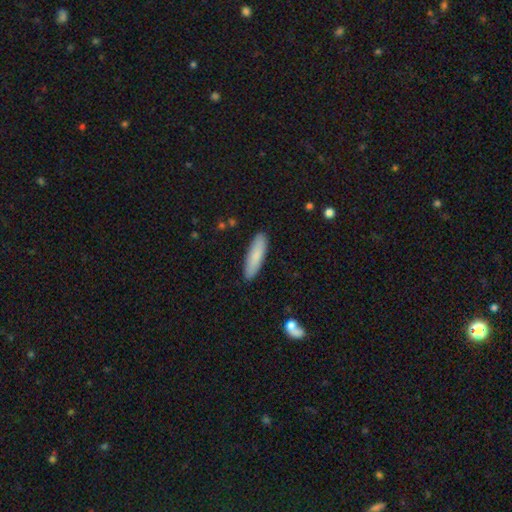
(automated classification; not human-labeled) A smooth galaxy with no disk features (82%) that is cigar-shaped (68%).

Vote fractions:
- Smooth or featured? smooth: 82% / featured or disk: 12% / star or artifact: 6%
- How rounded? cigar-shaped: 68% / in between: 30% / round: 1%
- Merging? none: 89% / minor disturbance: 8% / major disturbance: 2% / merger: 1%